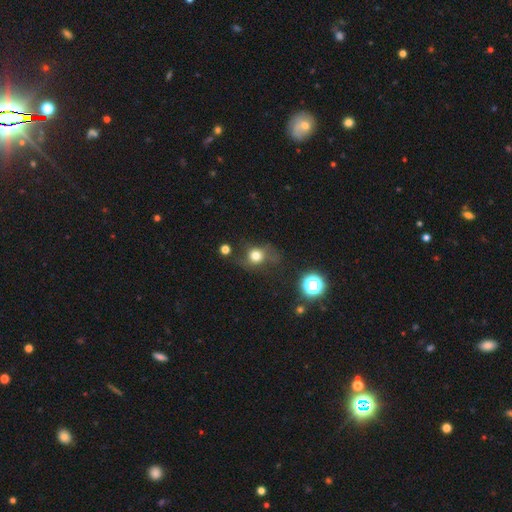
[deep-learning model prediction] Morphology: type=smooth (69%); roundness=round (74%); merging=none (54%).